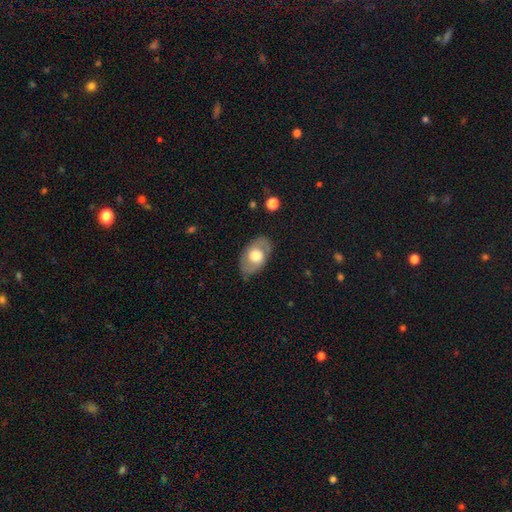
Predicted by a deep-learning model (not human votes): Overall: smooth (50%; featured or disk 44%). How rounded: in between (87%). Merging: none (77%).